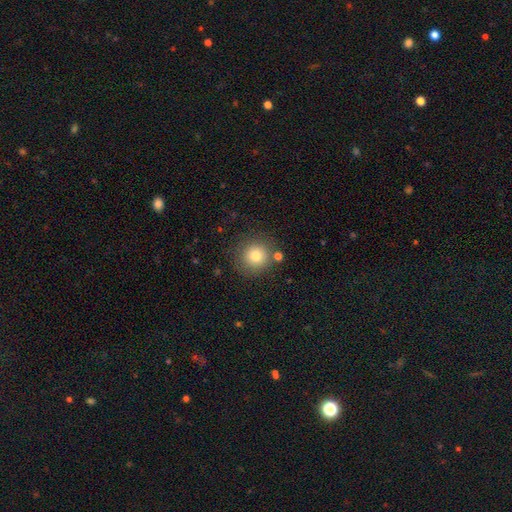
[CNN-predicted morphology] Smooth or featured? Predicted: smooth (p=0.79). How rounded? Predicted: round (p=0.92). Merging? Predicted: none (p=0.81).